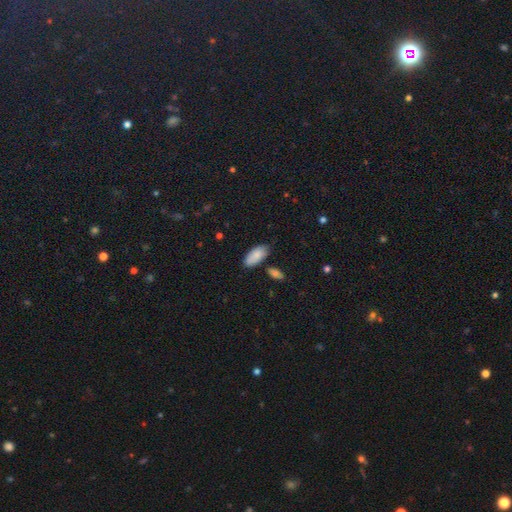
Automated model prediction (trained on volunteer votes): smooth_or_featured: smooth (p=0.84) [alt: featured or disk p=0.09]
how_rounded: in between (p=0.92) [alt: cigar-shaped p=0.06]
merging: none (p=0.71) [alt: minor disturbance p=0.20]